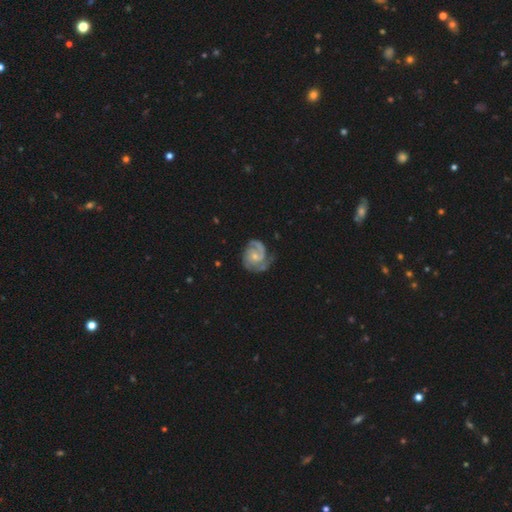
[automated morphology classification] Overall: featured or disk (86%). Edge-on disk: no (98%). Bar: no (69%). Spiral arms: yes (97%). Spiral arm count: 2 (64%). Spiral winding: tight (52%; medium 39%). Bulge size: small (60%; moderate 33%). Merging: none (64%).